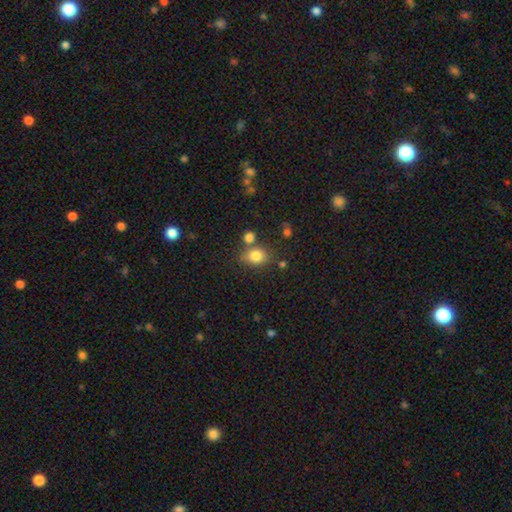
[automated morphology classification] Q: Smooth or featured?
A: smooth (82%); runner-up: star or artifact (11%)
Q: How rounded?
A: in between (57%); runner-up: round (42%)
Q: Merging?
A: none (66%); runner-up: merger (16%)